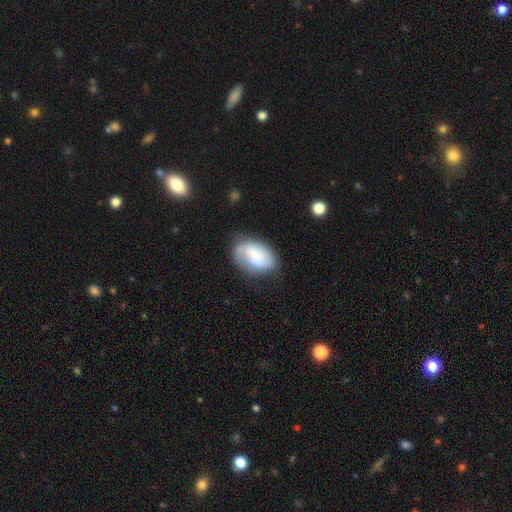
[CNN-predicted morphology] Smooth or featured: featured or disk — 49% (smooth — 44%)
Merging: none — 60% (minor disturbance — 27%)